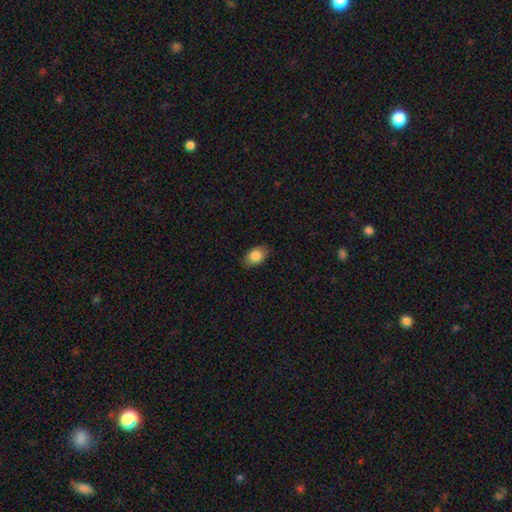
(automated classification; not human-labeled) A smooth galaxy with no disk features (85%) that is in between round and cigar-shaped (88%).

Vote fractions:
- Smooth or featured? smooth: 85% / featured or disk: 8% / star or artifact: 7%
- How rounded? in between: 88% / round: 10% / cigar-shaped: 2%
- Merging? none: 85% / minor disturbance: 12% / major disturbance: 3% / merger: 1%